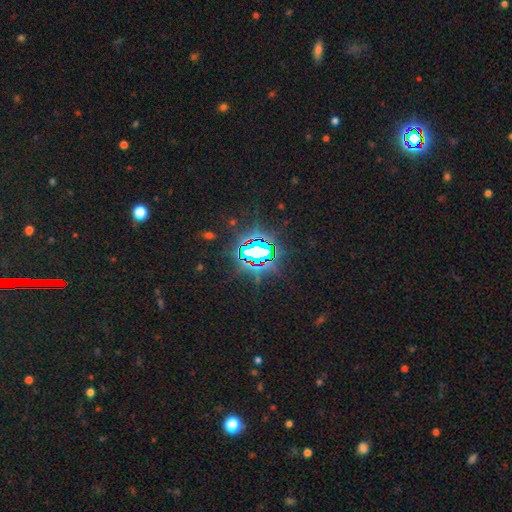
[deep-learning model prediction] Smooth or featured?
  - star or artifact: 79% *
  - smooth: 12%
  - featured or disk: 9%